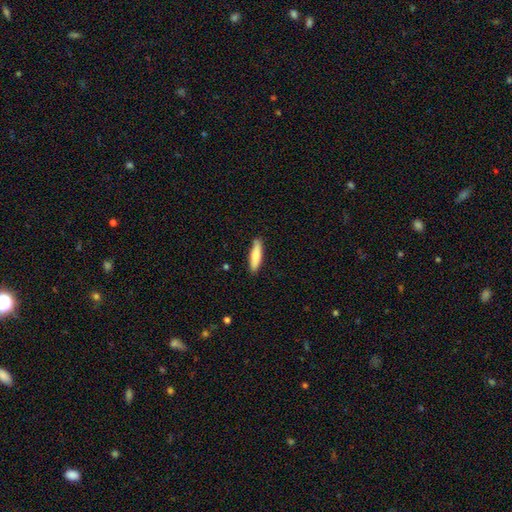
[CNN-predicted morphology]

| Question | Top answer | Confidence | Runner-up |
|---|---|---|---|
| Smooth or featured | smooth | 75% | featured or disk (20%) |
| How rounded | cigar-shaped | 71% | in between (27%) |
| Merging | none | 87% | minor disturbance (10%) |